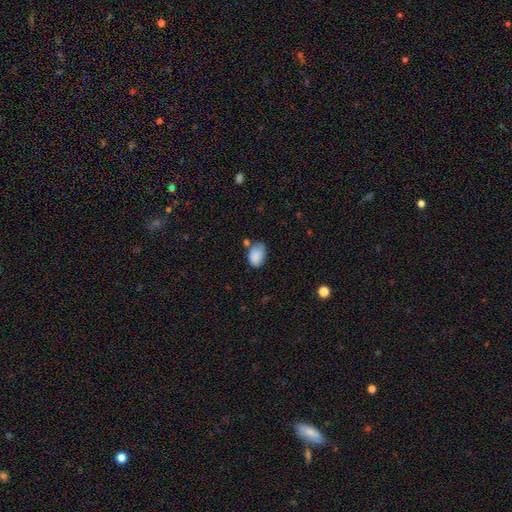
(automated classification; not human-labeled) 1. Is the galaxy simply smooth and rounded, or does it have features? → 86% smooth, 8% star or artifact, 6% featured or disk.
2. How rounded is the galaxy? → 81% in between, 18% round, 1% cigar-shaped.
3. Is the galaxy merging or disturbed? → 50% none, 33% minor disturbance, 10% merger, 7% major disturbance.